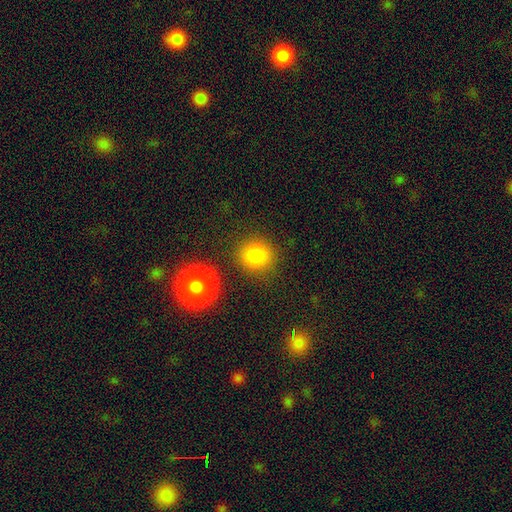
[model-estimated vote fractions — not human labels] Smooth or featured? smooth (81%)
How rounded? round (87%)
Merging? none (83%)